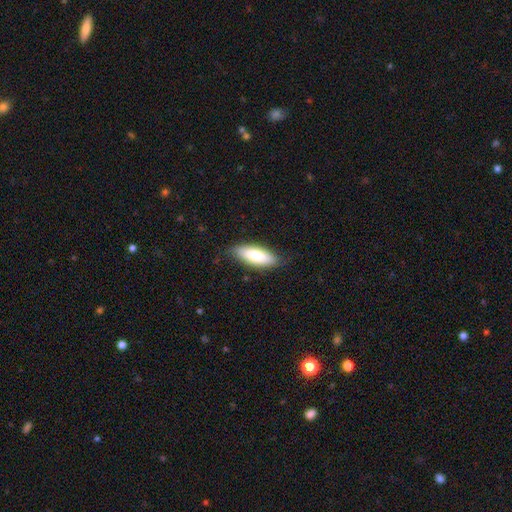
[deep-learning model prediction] A smooth galaxy with no disk features (78%) that is in between round and cigar-shaped (65%).

Vote fractions:
- Smooth or featured? smooth: 78% / featured or disk: 17% / star or artifact: 6%
- How rounded? in between: 65% / cigar-shaped: 33% / round: 2%
- Merging? none: 82% / minor disturbance: 15% / major disturbance: 3% / merger: 1%